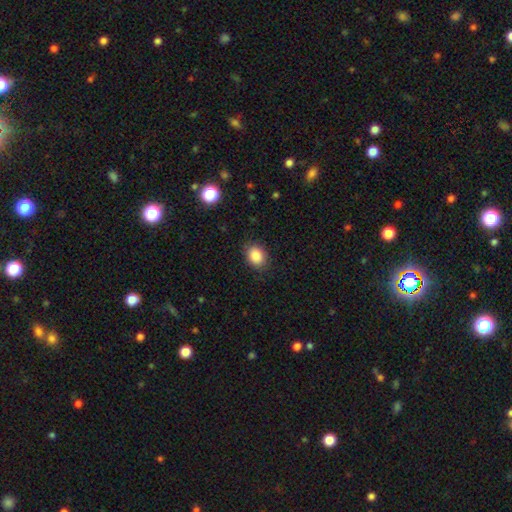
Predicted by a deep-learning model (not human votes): Q: Smooth or featured?
A: smooth (87%); runner-up: star or artifact (9%)
Q: How rounded?
A: in between (58%); runner-up: round (41%)
Q: Merging?
A: none (85%); runner-up: minor disturbance (11%)